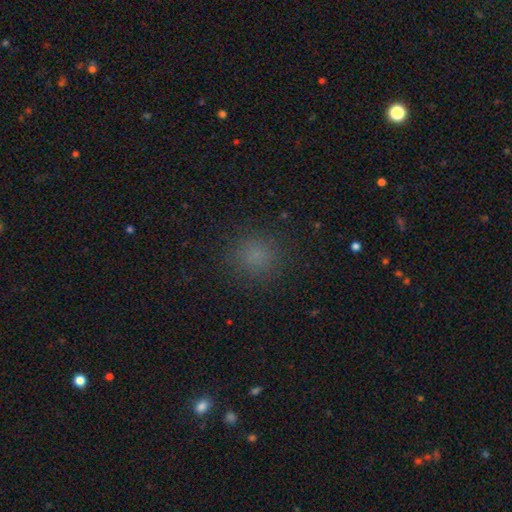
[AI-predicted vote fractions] Morphology: type=smooth (76%); roundness=round (90%); merging=none (86%).